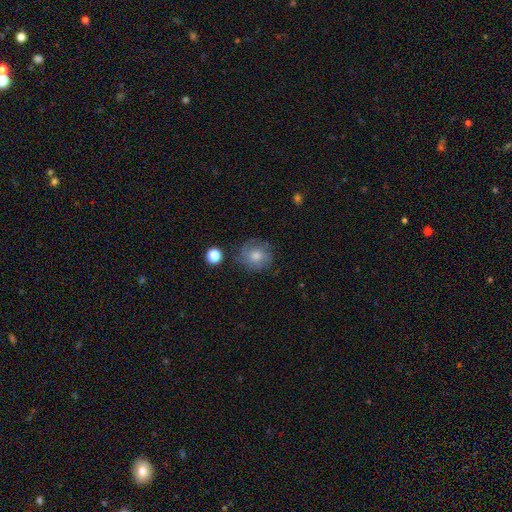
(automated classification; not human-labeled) This appears to be a smooth galaxy with no disk features (44%). Merging: none (76%).